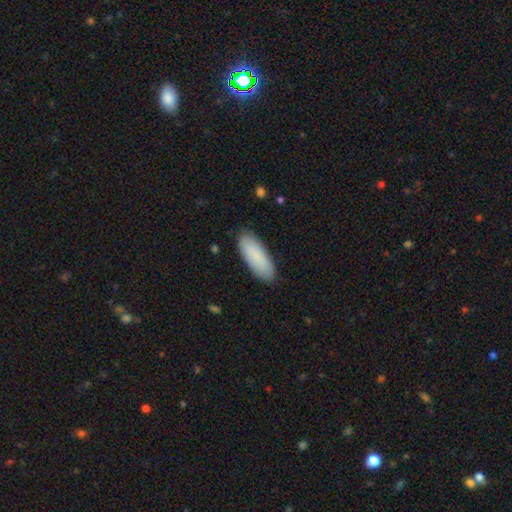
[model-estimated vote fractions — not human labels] Morphology: type=smooth (86%); roundness=in between (71%); merging=none (86%).